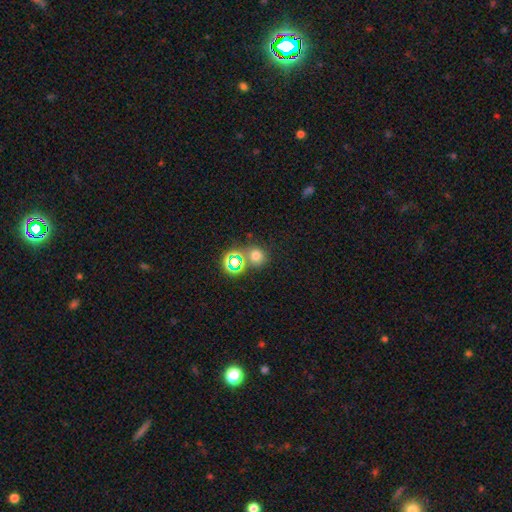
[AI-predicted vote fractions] This appears to be a smooth galaxy with no disk features (66%) that is round (84%). Merging: none (66%).